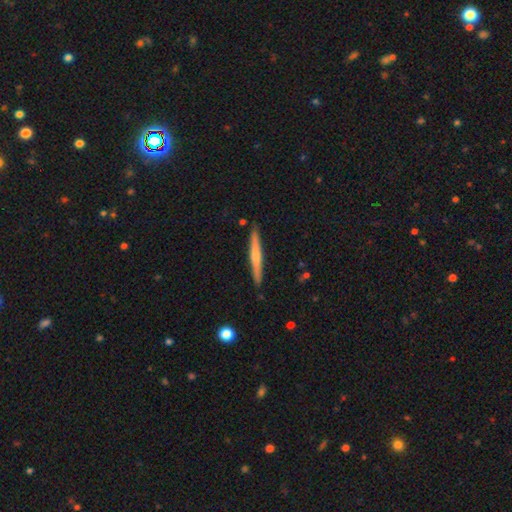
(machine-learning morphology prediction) Smooth or featured?
  - featured or disk: 48% *
  - smooth: 47%
  - star or artifact: 5%
Merging?
  - none: 89% *
  - minor disturbance: 8%
  - merger: 1%
  - major disturbance: 1%